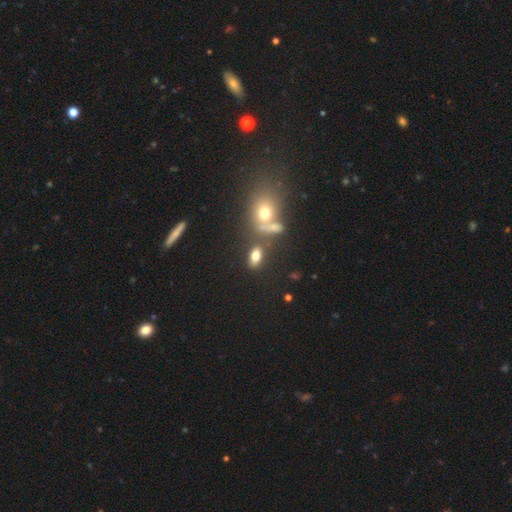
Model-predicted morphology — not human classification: A smooth galaxy with no disk features (73%) that is in between round and cigar-shaped (81%). Merging: none (66%).